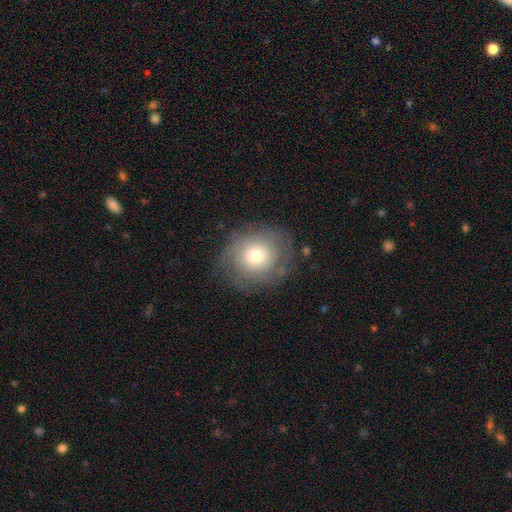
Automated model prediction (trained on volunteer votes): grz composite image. It shows a featured or disk galaxy (49%). Merging: none (75%).